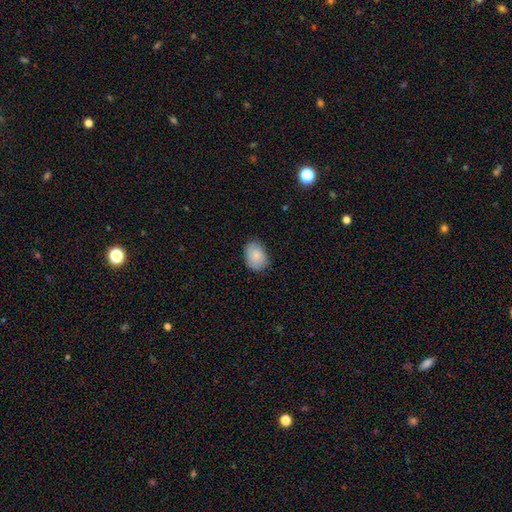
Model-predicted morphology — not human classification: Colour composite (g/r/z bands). It shows a smooth galaxy with no disk features (86%) that is in between round and cigar-shaped (74%). Merging: none (78%).